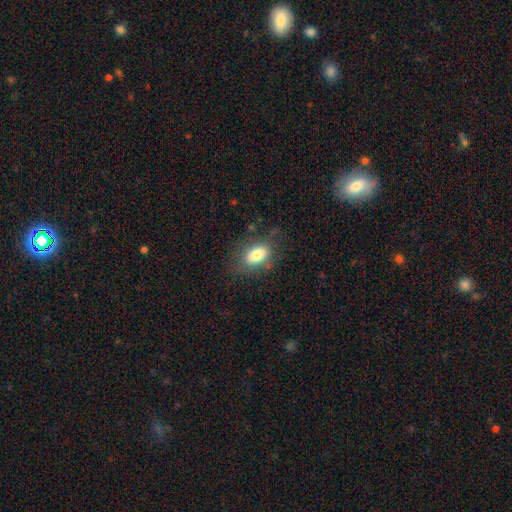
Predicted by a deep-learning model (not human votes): Smooth or featured?
  - smooth: 79% *
  - featured or disk: 12%
  - star or artifact: 8%
How rounded?
  - in between: 88% *
  - round: 9%
  - cigar-shaped: 3%
Merging?
  - none: 76% *
  - minor disturbance: 16%
  - major disturbance: 6%
  - merger: 2%